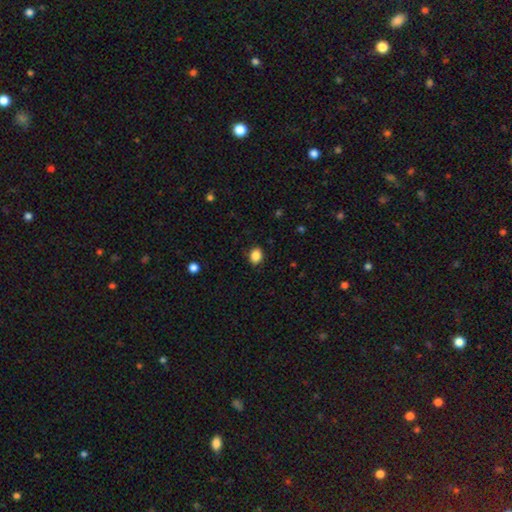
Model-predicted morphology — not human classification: Smooth or featured? smooth (87%)
How rounded? in between (55%)
Merging? none (86%)